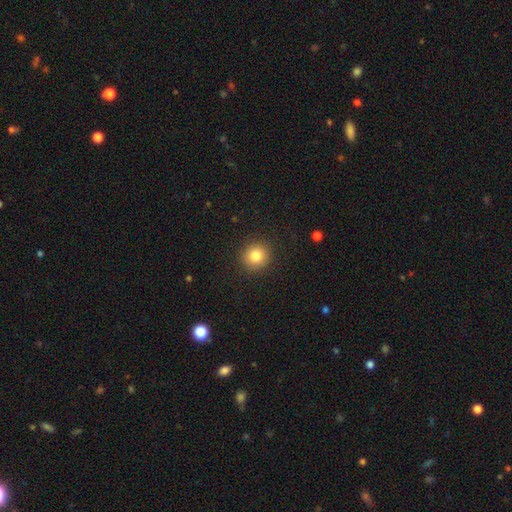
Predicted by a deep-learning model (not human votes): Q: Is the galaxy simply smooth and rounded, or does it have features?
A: smooth — 82%.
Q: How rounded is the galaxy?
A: round — 90%.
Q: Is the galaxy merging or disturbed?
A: none — 91%.